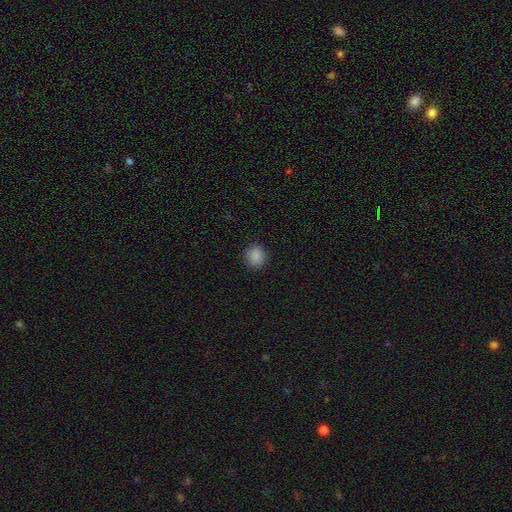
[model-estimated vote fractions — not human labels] smooth-or-featured: smooth: 88% | star or artifact: 10% | featured or disk: 3%
  how-rounded: round: 84% | in between: 15% | cigar-shaped: 1%
  merging: none: 88% | minor disturbance: 8% | major disturbance: 2% | merger: 1%